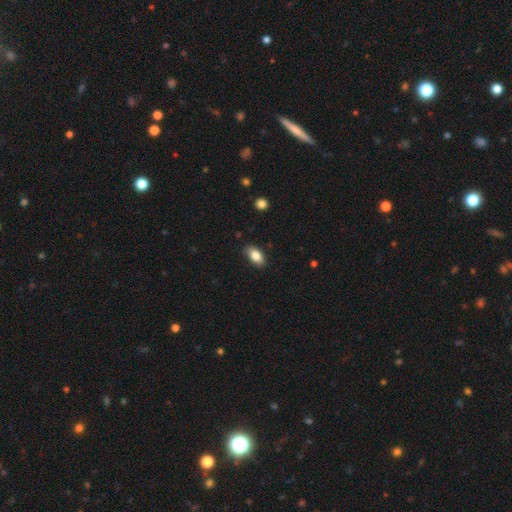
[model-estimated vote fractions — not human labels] smooth-or-featured: smooth: 84% | featured or disk: 9% | star or artifact: 7%
  how-rounded: in between: 91% | round: 5% | cigar-shaped: 4%
  merging: none: 86% | minor disturbance: 11% | major disturbance: 2% | merger: 1%